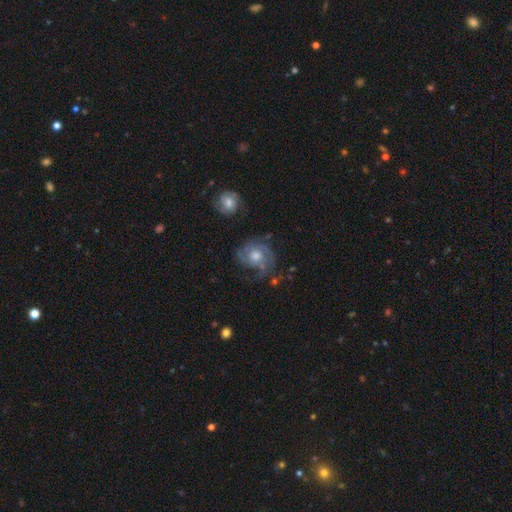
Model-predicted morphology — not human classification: A featured or disk galaxy (76%) with no bar (76%), 2 (31%) tight (48%) spiral arms (92%) and a moderate central bulge (67%).

Vote fractions:
- Smooth or featured? featured or disk: 76% / smooth: 16% / star or artifact: 8%
- Edge-on disk? no: 98% / yes: 2%
- Bar? no: 76% / weak: 21% / strong: 3%
- Spiral arms? yes: 92% / no: 8%
- Spiral winding? tight: 48% / medium: 40% / loose: 12%
- Spiral arm count? 2: 31% / 3: 27% / can't tell: 24% / 1: 7% / 4: 6% / more than 4: 5%
- Bulge size? moderate: 67% / large: 19% / small: 11% / none: 2% / dominant: 2%
- Merging? none: 64% / minor disturbance: 20% / major disturbance: 13% / merger: 3%